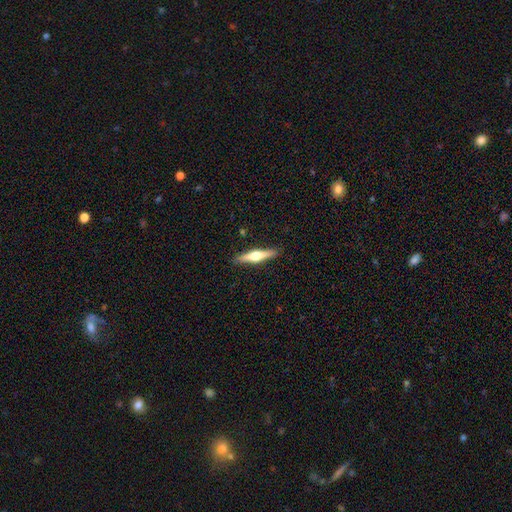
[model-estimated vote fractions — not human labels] Morphology: type=featured or disk (63%); edge-on=yes (97%); edge-on bulge=rounded (94%); merging=none (91%).